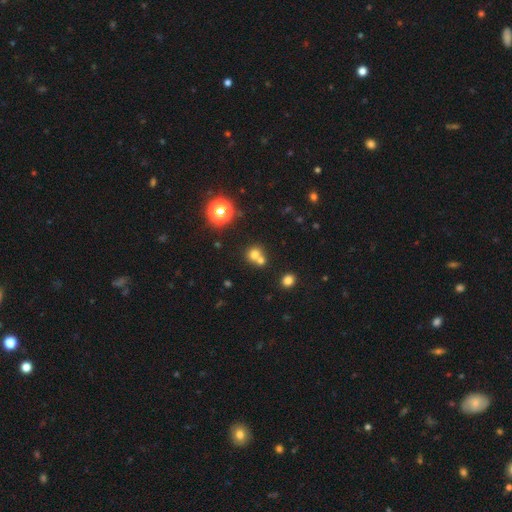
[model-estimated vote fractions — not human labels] Smooth or featured? Predicted: smooth (p=0.69). How rounded? Predicted: round (p=0.84). Merging? Predicted: merger (p=0.49).